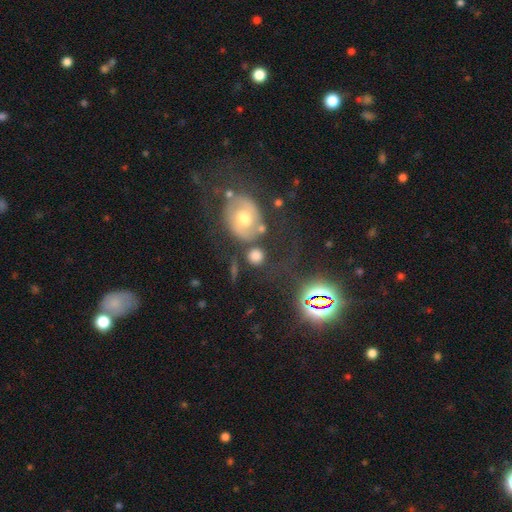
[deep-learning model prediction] A smooth galaxy with no disk features (68%) that is round (74%).

Vote fractions:
- Smooth or featured? smooth: 68% / featured or disk: 19% / star or artifact: 13%
- How rounded? round: 74% / in between: 24% / cigar-shaped: 2%
- Merging? none: 59% / minor disturbance: 15% / merger: 15% / major disturbance: 11%